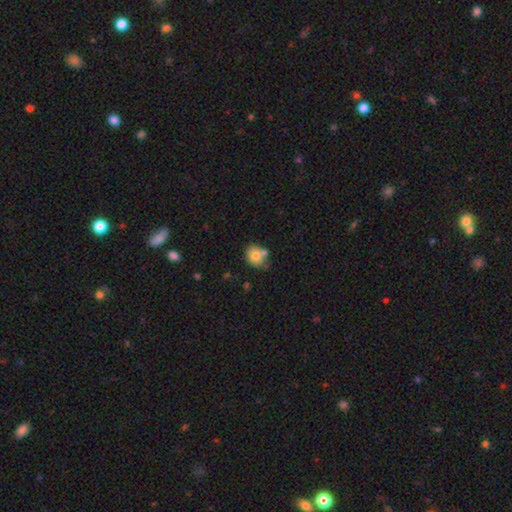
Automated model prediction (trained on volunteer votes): This appears to be a smooth galaxy with no disk features (75%) that is round (74%). Merging: none (56%).